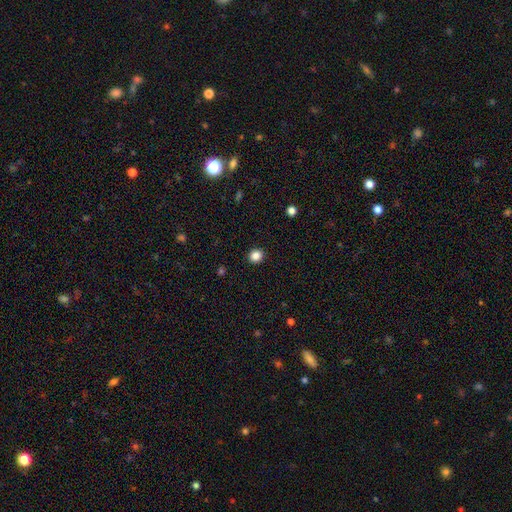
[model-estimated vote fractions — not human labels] This is clearly a smooth galaxy (86%). How rounded: clearly round (84%). Merging: clearly none (92%).